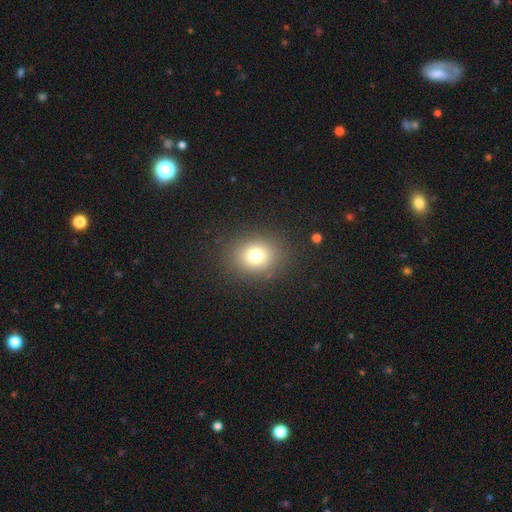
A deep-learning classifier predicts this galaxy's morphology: Smooth or featured? Predicted: smooth (p=0.75). How rounded? Predicted: round (p=0.67). Merging? Predicted: none (p=0.86).